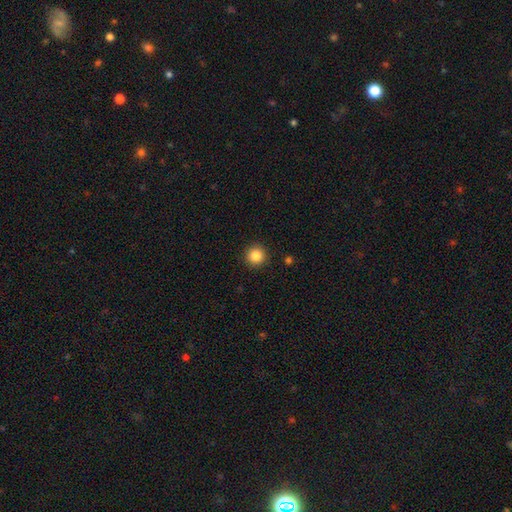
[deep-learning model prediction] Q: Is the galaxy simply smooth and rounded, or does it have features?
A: smooth — 85%.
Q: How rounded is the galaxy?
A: round — 95%.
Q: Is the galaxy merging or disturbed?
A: none — 92%.